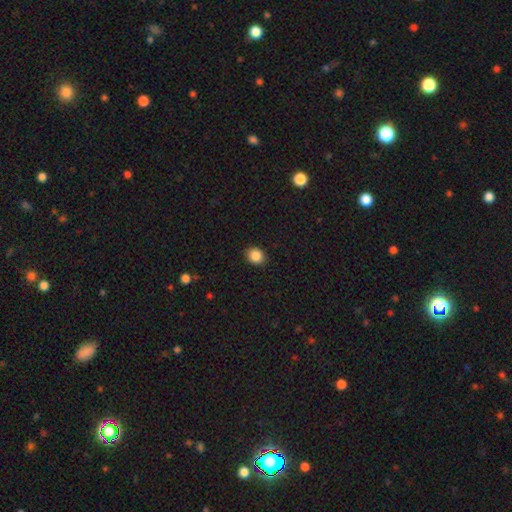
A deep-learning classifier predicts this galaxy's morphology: Smooth or featured? smooth (87%)
How rounded? round (64%)
Merging? none (90%)